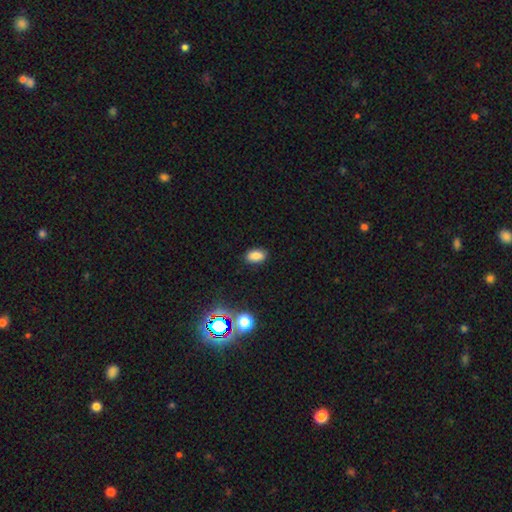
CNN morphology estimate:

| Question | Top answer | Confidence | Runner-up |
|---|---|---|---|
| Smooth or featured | smooth | 82% | star or artifact (13%) |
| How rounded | in between | 90% | round (8%) |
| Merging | none | 86% | minor disturbance (11%) |